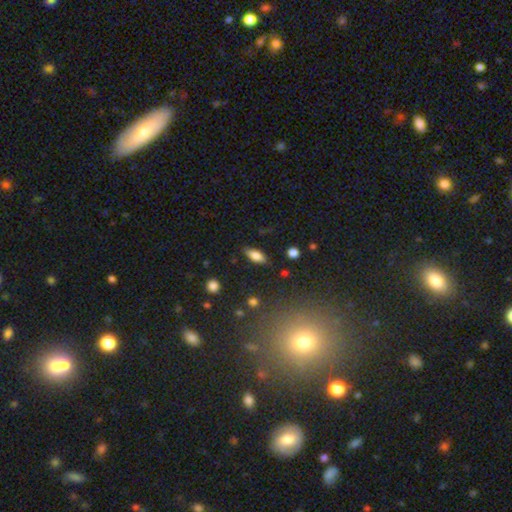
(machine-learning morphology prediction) Smooth or featured?
  - smooth: 79% *
  - featured or disk: 13%
  - star or artifact: 8%
How rounded?
  - in between: 80% *
  - cigar-shaped: 17%
  - round: 3%
Merging?
  - none: 85% *
  - minor disturbance: 11%
  - major disturbance: 3%
  - merger: 1%